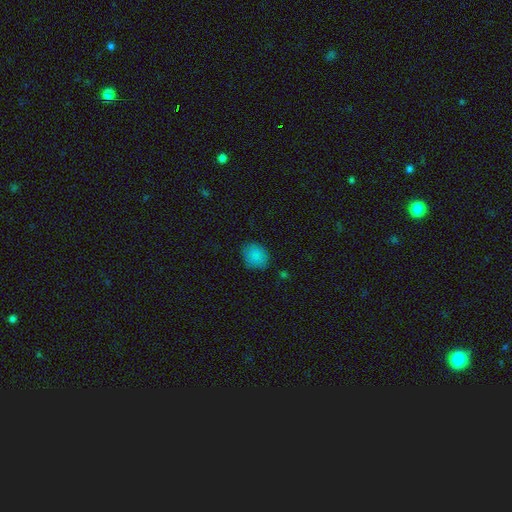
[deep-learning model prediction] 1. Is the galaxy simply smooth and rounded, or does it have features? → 85% smooth, 10% star or artifact, 4% featured or disk.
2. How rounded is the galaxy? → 55% round, 44% in between, 1% cigar-shaped.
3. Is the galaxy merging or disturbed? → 79% none, 16% minor disturbance, 3% major disturbance, 2% merger.